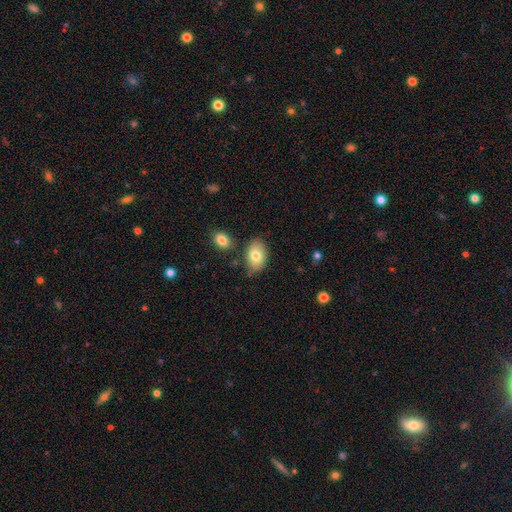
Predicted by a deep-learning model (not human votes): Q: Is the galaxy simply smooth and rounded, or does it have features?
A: smooth — 78%.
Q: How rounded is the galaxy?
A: in between — 85%.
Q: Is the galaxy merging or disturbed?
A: none — 74%.